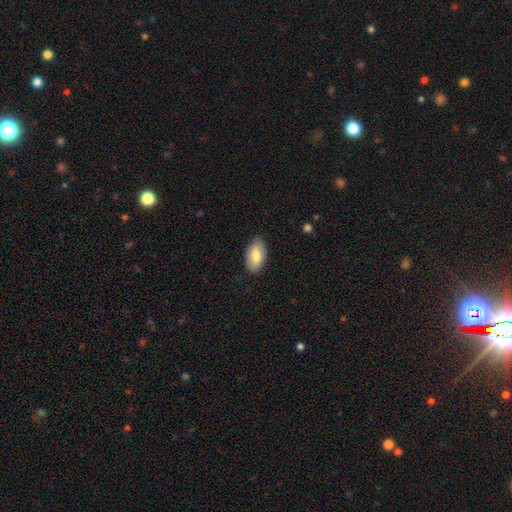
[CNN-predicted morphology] smooth_or_featured: smooth (p=0.78) [alt: featured or disk p=0.17]
how_rounded: in between (p=0.94) [alt: round p=0.04]
merging: none (p=0.82) [alt: minor disturbance p=0.14]